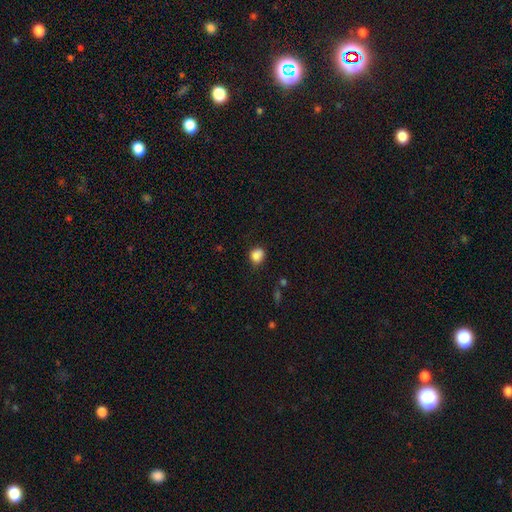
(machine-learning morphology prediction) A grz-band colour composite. It shows a smooth galaxy with no disk features (86%) that is round (65%). Merging: none (70%).